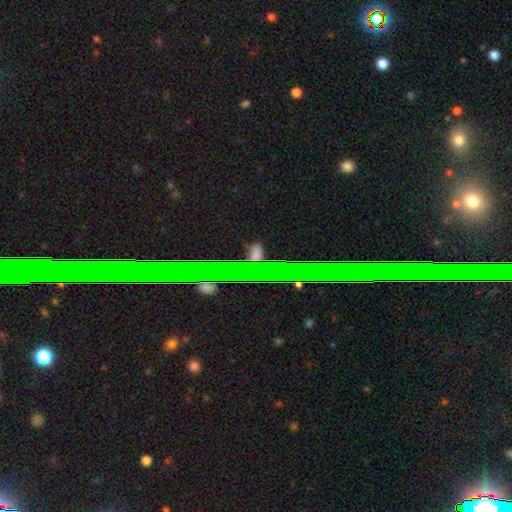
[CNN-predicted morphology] star or artifact 59%, smooth 25%, featured or disk 16%.